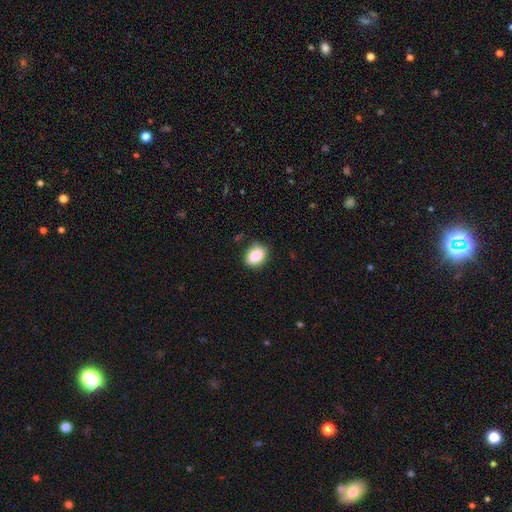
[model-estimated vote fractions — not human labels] smooth 87%, star or artifact 8%, featured or disk 5%. Down the decision tree: how rounded — in between (71%); merging — none (81%).